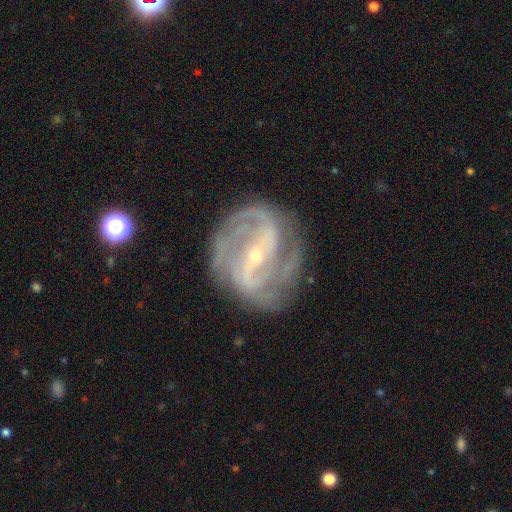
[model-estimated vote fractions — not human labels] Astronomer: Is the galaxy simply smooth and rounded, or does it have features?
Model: featured or disk — 90%.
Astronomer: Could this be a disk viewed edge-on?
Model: no — 97%.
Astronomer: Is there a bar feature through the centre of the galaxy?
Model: strong — 56%.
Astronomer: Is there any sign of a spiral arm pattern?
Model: yes — 97%.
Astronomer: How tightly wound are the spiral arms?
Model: medium — 48% (runner-up: tight, 39%).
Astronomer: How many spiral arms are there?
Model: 2 — 51%.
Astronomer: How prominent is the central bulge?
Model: small — 77%.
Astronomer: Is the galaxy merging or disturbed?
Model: none — 75%.